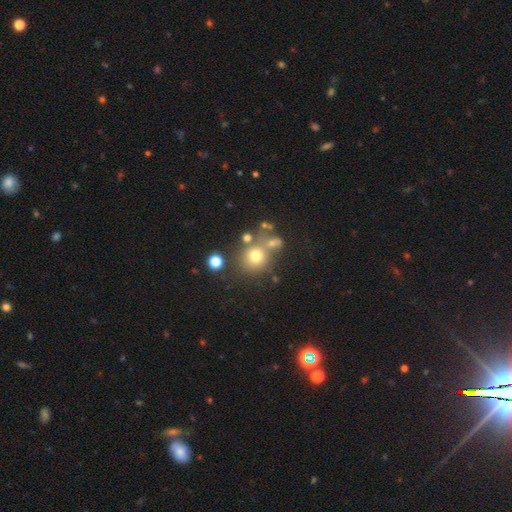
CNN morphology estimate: Q: Smooth or featured?
A: smooth (70%); runner-up: star or artifact (17%)
Q: How rounded?
A: round (87%); runner-up: in between (12%)
Q: Merging?
A: none (59%); runner-up: merger (22%)